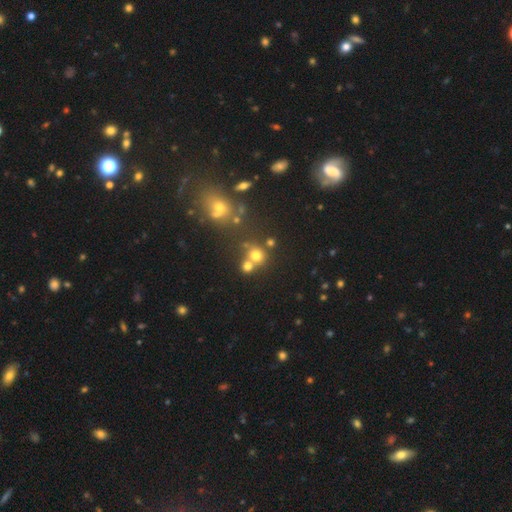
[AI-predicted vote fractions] The model was most divided on "merging": none: 51%, merger: 35%, minor disturbance: 9%, major disturbance: 5%. More confident: how rounded — round (83%); smooth or featured — smooth (69%).